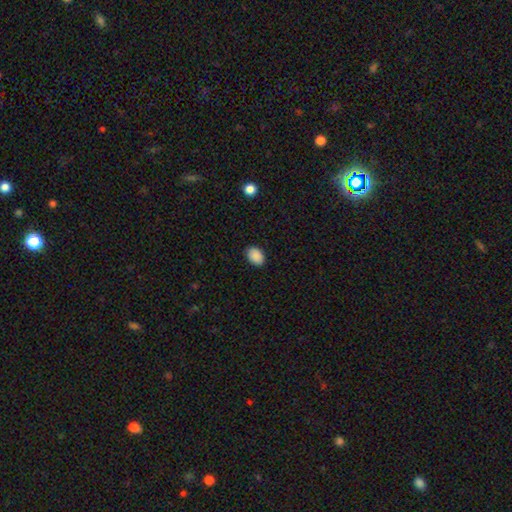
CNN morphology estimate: A smooth galaxy with no disk features (89%) that is in between round and cigar-shaped (80%).

Vote fractions:
- Smooth or featured? smooth: 89% / star or artifact: 8% / featured or disk: 3%
- How rounded? in between: 80% / round: 19% / cigar-shaped: 1%
- Merging? none: 87% / minor disturbance: 10% / major disturbance: 2% / merger: 1%